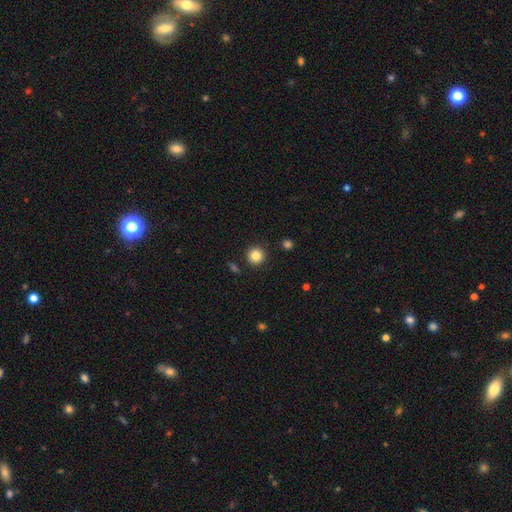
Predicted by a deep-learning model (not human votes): This is clearly a smooth galaxy (84%). How rounded: clearly round (94%). Merging: clearly none (90%).